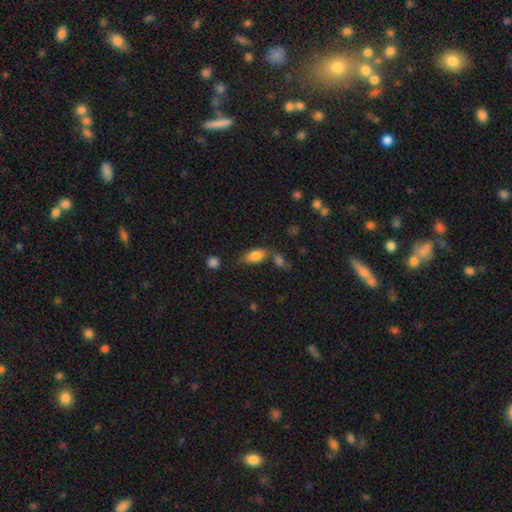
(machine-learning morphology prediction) Q: Smooth or featured?
A: smooth (78%); runner-up: featured or disk (14%)
Q: How rounded?
A: in between (85%); runner-up: cigar-shaped (10%)
Q: Merging?
A: none (56%); runner-up: minor disturbance (21%)